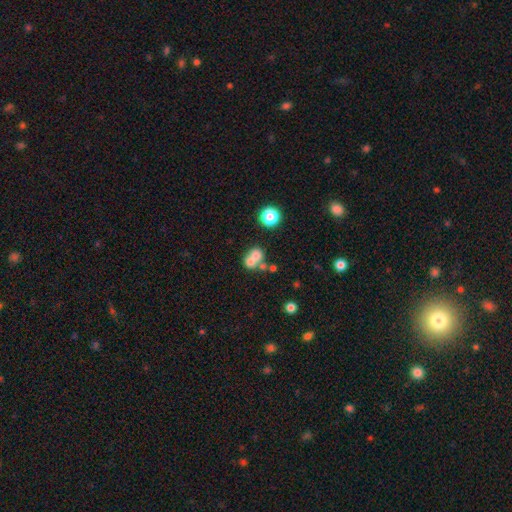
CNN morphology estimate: smooth_or_featured: smooth (p=0.66) [alt: featured or disk p=0.20]
how_rounded: round (p=0.71) [alt: in between p=0.28]
merging: merger (p=0.60) [alt: none p=0.29]